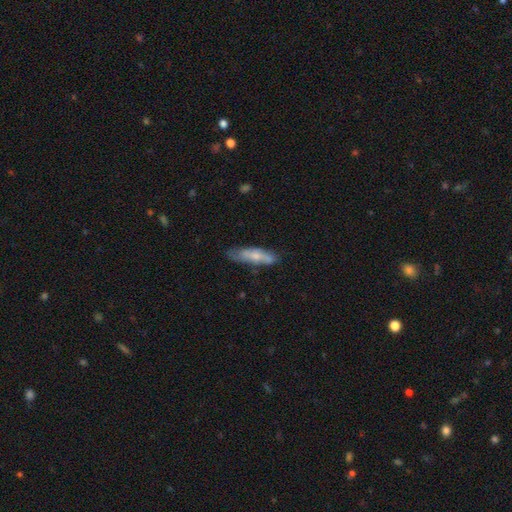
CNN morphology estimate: The model was most divided on "smooth or featured": smooth: 55%, featured or disk: 38%, star or artifact: 7%. More confident: how rounded — cigar-shaped (67%); merging — none (61%).